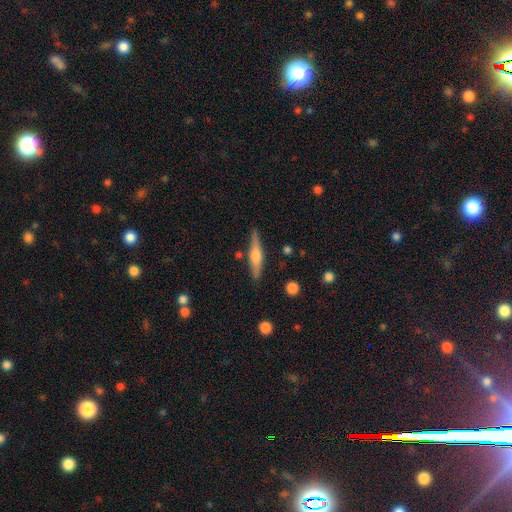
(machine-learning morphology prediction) featured or disk 61%, smooth 33%, star or artifact 6%. Down the decision tree: edge-on disk — yes (96%); edge-on bulge — rounded (85%); merging — none (86%).